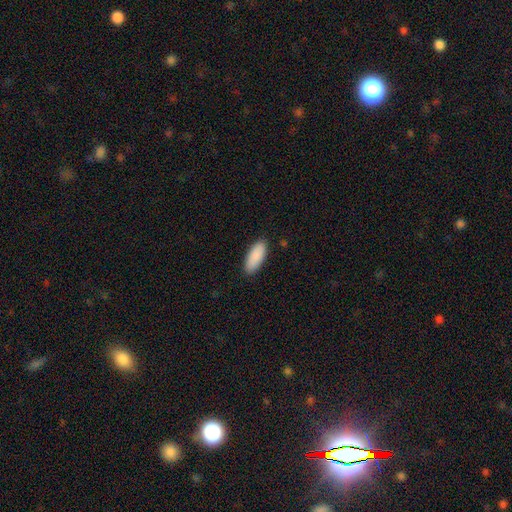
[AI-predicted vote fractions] Smooth or featured?
  - smooth: 90% *
  - star or artifact: 6%
  - featured or disk: 4%
How rounded?
  - in between: 80% *
  - cigar-shaped: 18%
  - round: 2%
Merging?
  - none: 88% *
  - minor disturbance: 9%
  - major disturbance: 2%
  - merger: 1%